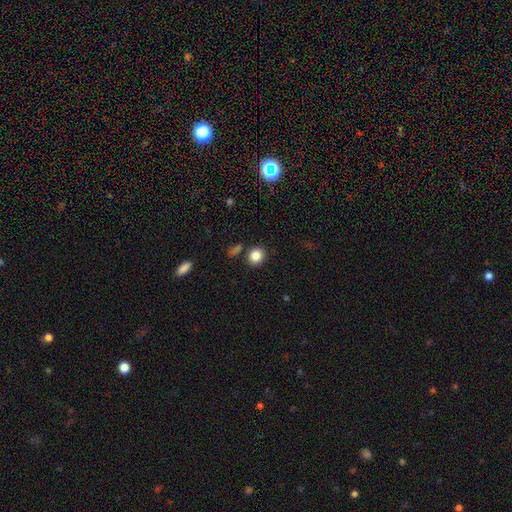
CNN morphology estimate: smooth_or_featured: smooth (p=0.84) [alt: star or artifact p=0.10]
how_rounded: round (p=0.81) [alt: in between p=0.18]
merging: none (p=0.84) [alt: minor disturbance p=0.08]